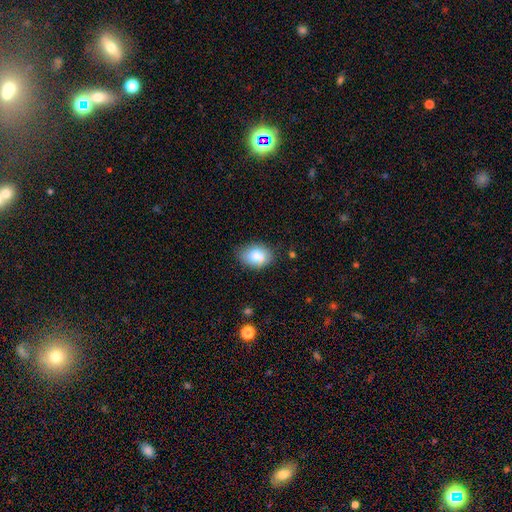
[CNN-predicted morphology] This is clearly a smooth galaxy (80%). How rounded: likely in between (75%). Merging: likely none (79%).